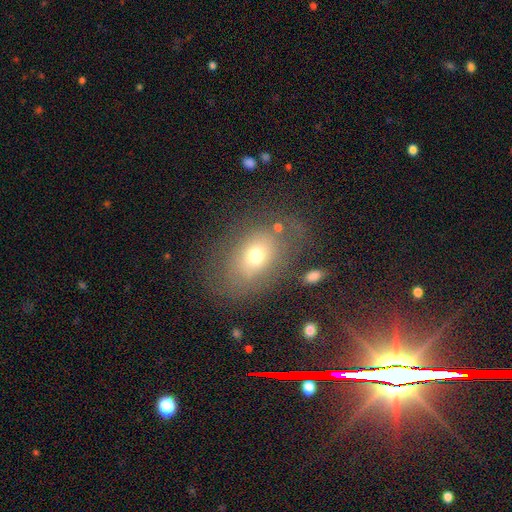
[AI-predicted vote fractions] smooth-or-featured: smooth: 62% | featured or disk: 26% | star or artifact: 12%
  how-rounded: in between: 74% | round: 25% | cigar-shaped: 1%
  merging: none: 65% | minor disturbance: 19% | major disturbance: 12% | merger: 4%